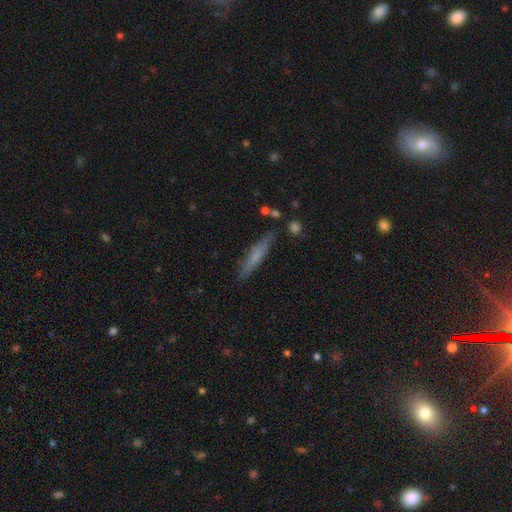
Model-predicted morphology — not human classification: A smooth galaxy with no disk features (63%) that is cigar-shaped (91%). Merging: none (83%).